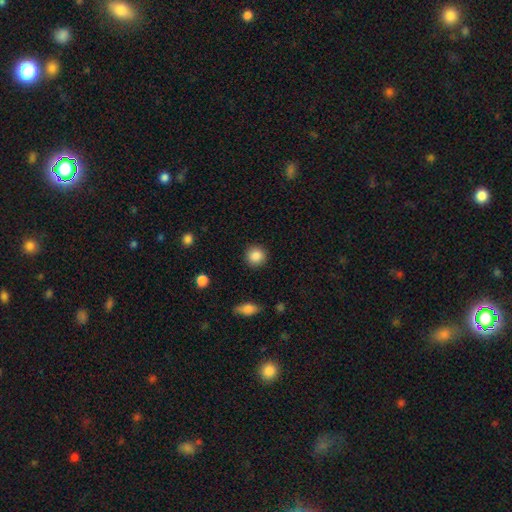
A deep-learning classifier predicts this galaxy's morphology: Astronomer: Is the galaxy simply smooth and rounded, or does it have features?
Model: smooth — 87%.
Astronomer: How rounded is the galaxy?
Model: round — 92%.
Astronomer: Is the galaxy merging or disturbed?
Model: none — 91%.